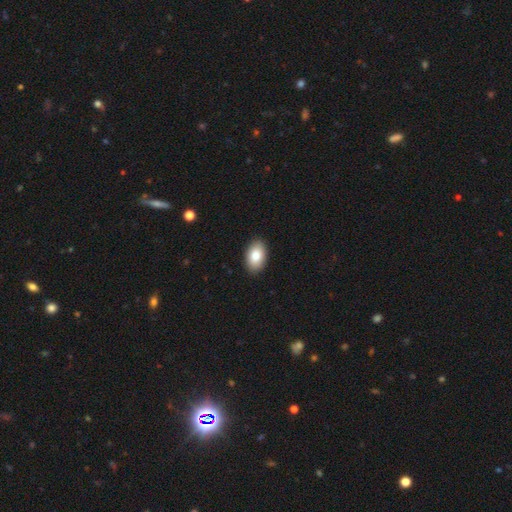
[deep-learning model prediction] The model was most divided on "smooth or featured": smooth: 83%, featured or disk: 10%, star or artifact: 7%. More confident: how rounded — in between (92%); merging — none (90%).